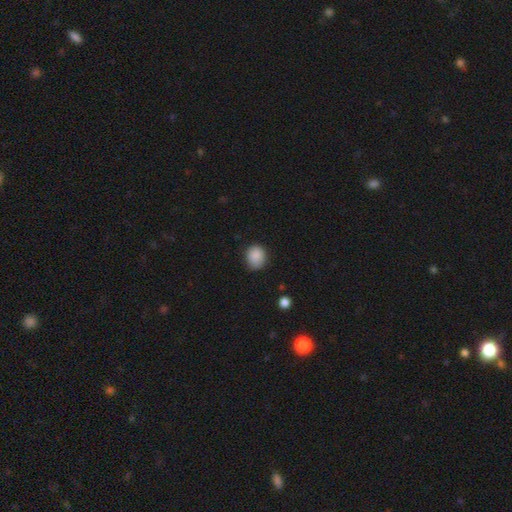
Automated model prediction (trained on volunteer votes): The model was most divided on "how rounded": round: 66%, in between: 33%, cigar-shaped: 1%. More confident: smooth or featured — smooth (87%); merging — none (76%).